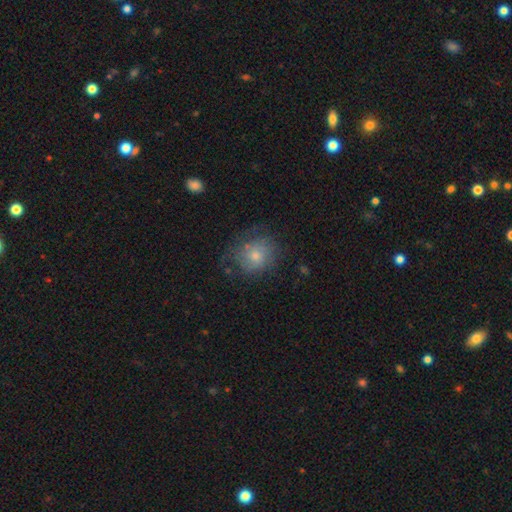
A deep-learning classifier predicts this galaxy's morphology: The model was most divided on "smooth or featured": smooth: 57%, featured or disk: 31%, star or artifact: 12%. More confident: how rounded — round (76%); merging — none (63%).